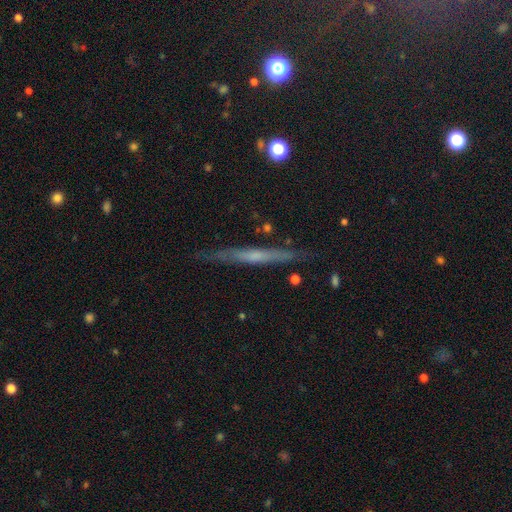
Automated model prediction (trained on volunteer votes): A featured or disk galaxy (58%) viewed edge-on (95%) with no central bulge (66%). Merging: none (84%).